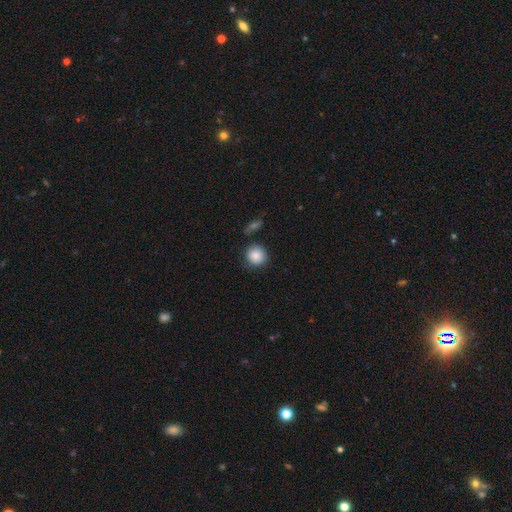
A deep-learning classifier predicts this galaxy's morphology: Smooth or featured?
  - smooth: 86% *
  - star or artifact: 8%
  - featured or disk: 6%
How rounded?
  - round: 90% *
  - in between: 9%
  - cigar-shaped: 1%
Merging?
  - none: 78% *
  - minor disturbance: 14%
  - merger: 5%
  - major disturbance: 4%